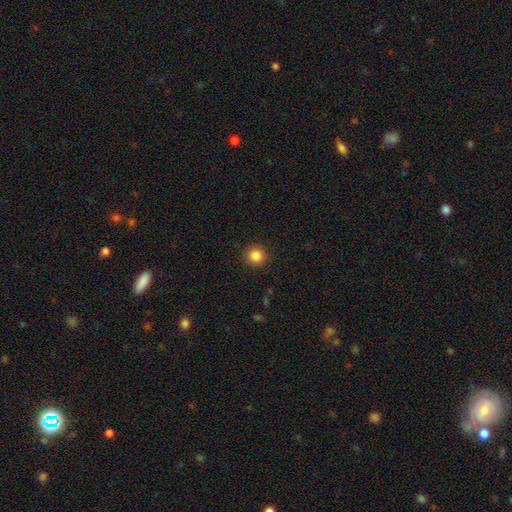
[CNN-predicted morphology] smooth_or_featured: smooth (p=0.85) [alt: star or artifact p=0.10]
how_rounded: round (p=0.95) [alt: in between p=0.04]
merging: none (p=0.91) [alt: minor disturbance p=0.06]